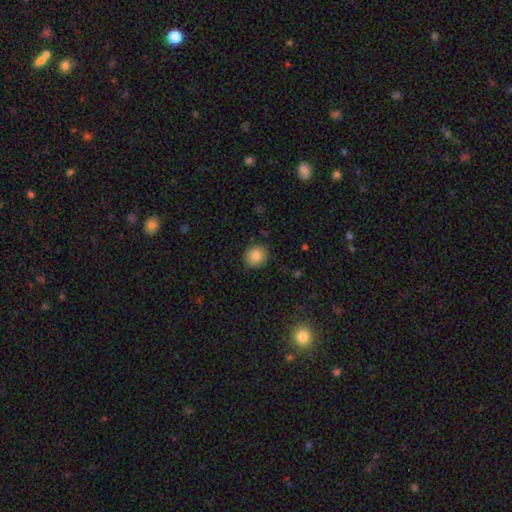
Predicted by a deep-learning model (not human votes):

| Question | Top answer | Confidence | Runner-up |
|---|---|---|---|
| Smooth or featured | smooth | 84% | star or artifact (9%) |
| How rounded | round | 83% | in between (16%) |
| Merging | none | 89% | minor disturbance (8%) |